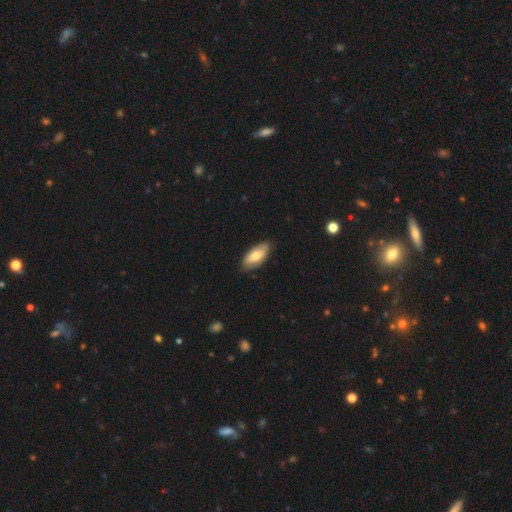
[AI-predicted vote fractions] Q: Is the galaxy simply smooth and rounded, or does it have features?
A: smooth — 71%.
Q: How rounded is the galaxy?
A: in between — 86%.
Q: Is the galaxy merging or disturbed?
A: none — 83%.